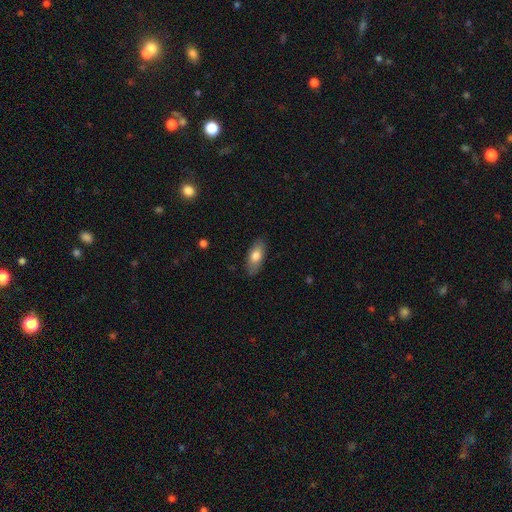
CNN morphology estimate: A smooth galaxy with no disk features (75%) that is in between round and cigar-shaped (85%).

Vote fractions:
- Smooth or featured? smooth: 75% / featured or disk: 18% / star or artifact: 6%
- How rounded? in between: 85% / cigar-shaped: 12% / round: 3%
- Merging? none: 85% / minor disturbance: 11% / major disturbance: 2% / merger: 1%